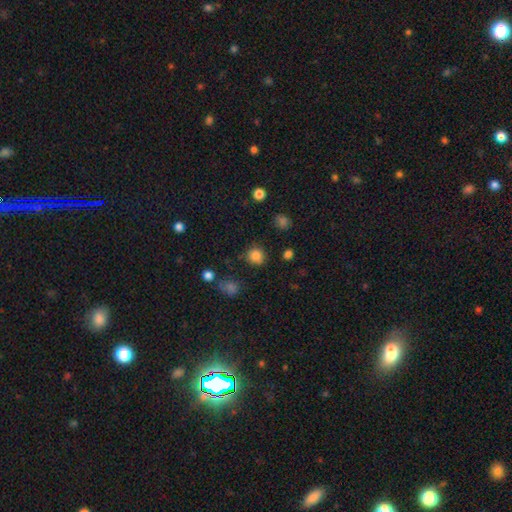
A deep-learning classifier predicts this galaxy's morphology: Smooth or featured?
  - smooth: 82% *
  - star or artifact: 13%
  - featured or disk: 5%
How rounded?
  - round: 88% *
  - in between: 11%
  - cigar-shaped: 1%
Merging?
  - none: 82% *
  - minor disturbance: 11%
  - major disturbance: 4%
  - merger: 3%